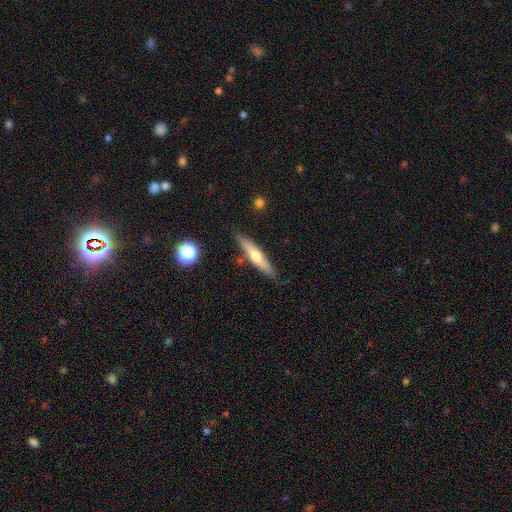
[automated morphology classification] A featured or disk galaxy (48%).

Vote fractions:
- Smooth or featured? featured or disk: 48% / smooth: 45% / star or artifact: 6%
- Merging? none: 83% / minor disturbance: 12% / merger: 3% / major disturbance: 2%